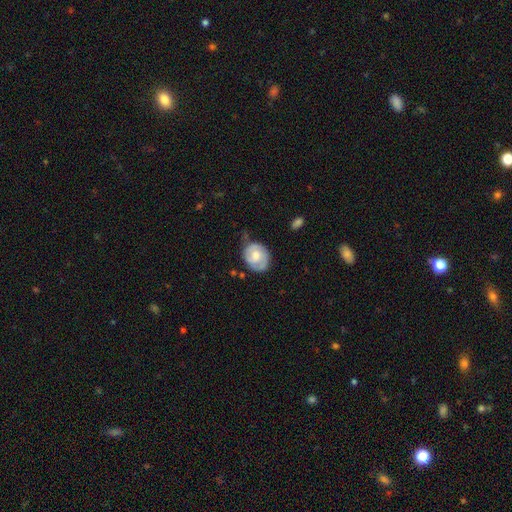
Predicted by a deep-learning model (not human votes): smooth_or_featured: featured or disk (p=0.56) [alt: smooth p=0.38]
disk_edge_on: no (p=0.97) [alt: yes p=0.03]
bar: no (p=0.65) [alt: weak p=0.30]
has_spiral_arms: yes (p=0.77) [alt: no p=0.23]
bulge_size: moderate (p=0.62) [alt: small p=0.26]
merging: none (p=0.61) [alt: minor disturbance p=0.29]